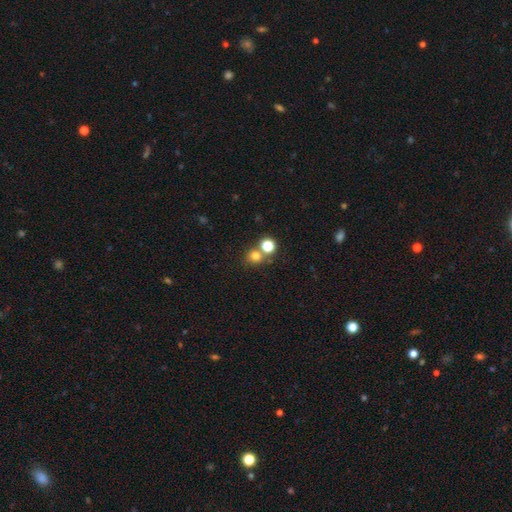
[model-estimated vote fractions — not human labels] This is likely a smooth galaxy (74%). How rounded: clearly round (86%). Merging: likely none (61%).